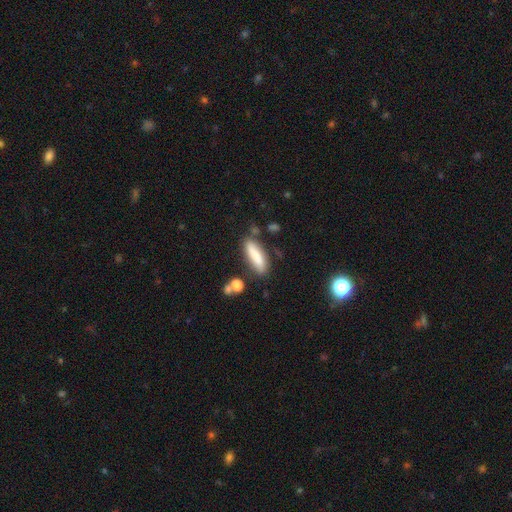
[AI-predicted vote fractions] Smooth or featured? smooth (78%)
How rounded? cigar-shaped (56%)
Merging? none (73%)